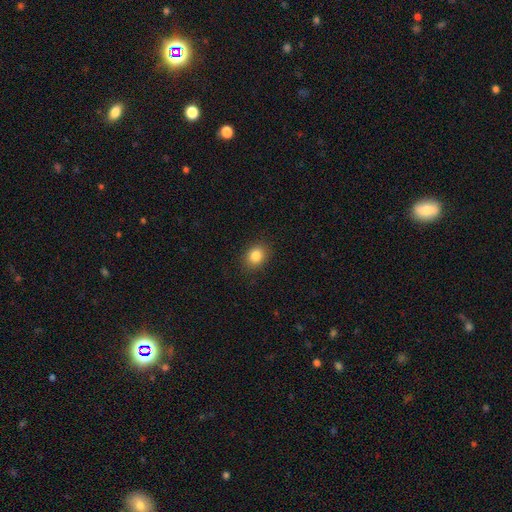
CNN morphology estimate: Smooth or featured?
  - smooth: 84% *
  - star or artifact: 10%
  - featured or disk: 6%
How rounded?
  - round: 50% *
  - in between: 49%
  - cigar-shaped: 1%
Merging?
  - none: 88% *
  - minor disturbance: 9%
  - major disturbance: 3%
  - merger: 1%